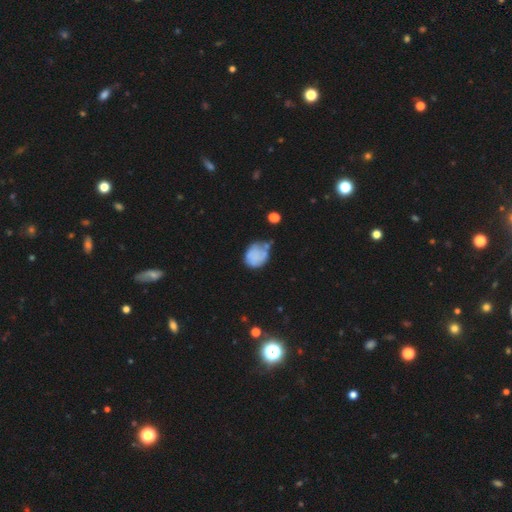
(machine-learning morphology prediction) Q: Smooth or featured?
A: smooth (70%); runner-up: featured or disk (21%)
Q: How rounded?
A: round (51%); runner-up: in between (48%)
Q: Merging?
A: none (38%); runner-up: minor disturbance (35%)